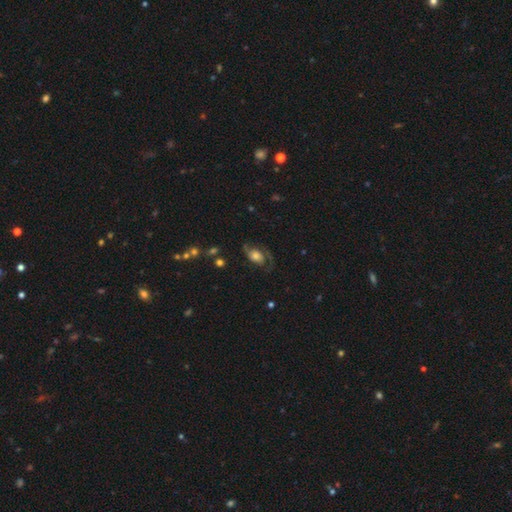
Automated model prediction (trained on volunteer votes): Q: Smooth or featured?
A: featured or disk (69%); runner-up: smooth (22%)
Q: Edge-on disk?
A: no (96%); runner-up: yes (4%)
Q: Bar?
A: no (71%); runner-up: weak (24%)
Q: Spiral arms?
A: yes (91%); runner-up: no (9%)
Q: Spiral winding?
A: medium (42%); runner-up: loose (40%)
Q: Spiral arm count?
A: 2 (79%); runner-up: 1 (11%)
Q: Bulge size?
A: moderate (45%); runner-up: large (31%)
Q: Merging?
A: none (60%); runner-up: minor disturbance (19%)